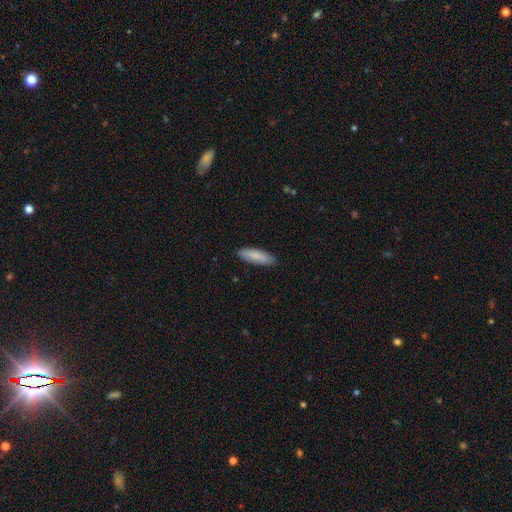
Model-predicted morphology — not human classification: Smooth or featured? Predicted: smooth (p=0.83). How rounded? Predicted: cigar-shaped (p=0.52). Merging? Predicted: none (p=0.88).